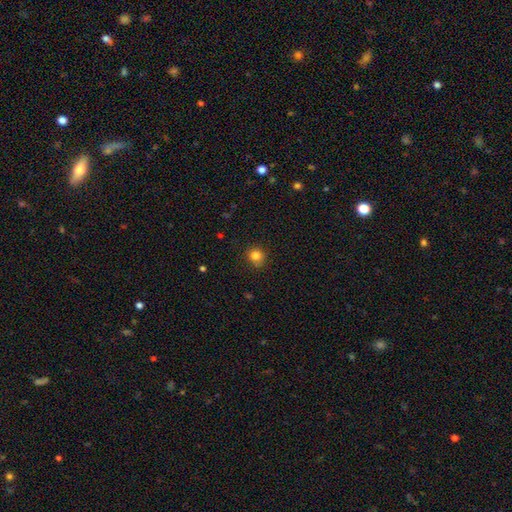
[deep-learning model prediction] Smooth or featured? Predicted: smooth (p=0.82). How rounded? Predicted: round (p=0.88). Merging? Predicted: none (p=0.86).